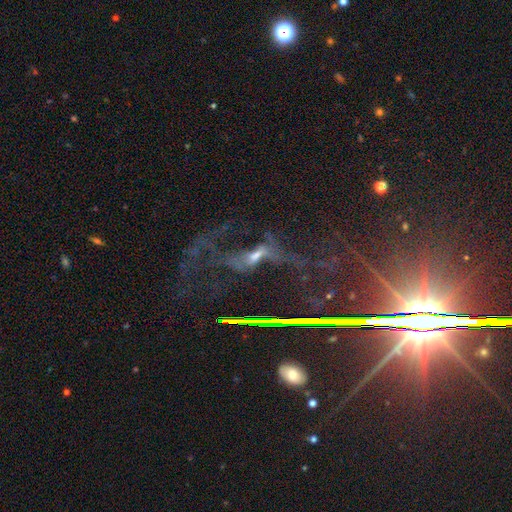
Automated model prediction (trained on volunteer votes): Smooth or featured: featured or disk — 50% (star or artifact — 34%)
Merging: major disturbance — 41% (none — 31%)